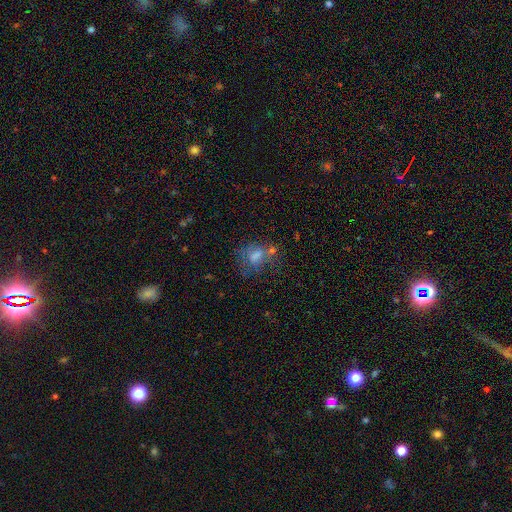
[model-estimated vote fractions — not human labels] A smooth galaxy with no disk features (45%).

Vote fractions:
- Smooth or featured? smooth: 45% / featured or disk: 31% / star or artifact: 24%
- Merging? none: 48% / minor disturbance: 19% / major disturbance: 18% / merger: 16%